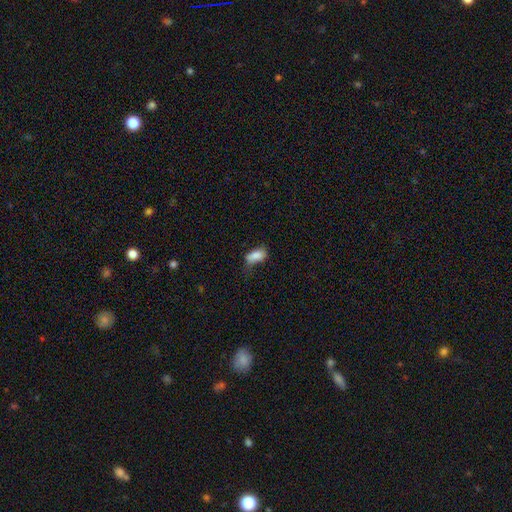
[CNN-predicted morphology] Q: Smooth or featured?
A: smooth (82%); runner-up: featured or disk (9%)
Q: How rounded?
A: in between (88%); runner-up: cigar-shaped (8%)
Q: Merging?
A: none (43%); runner-up: minor disturbance (36%)